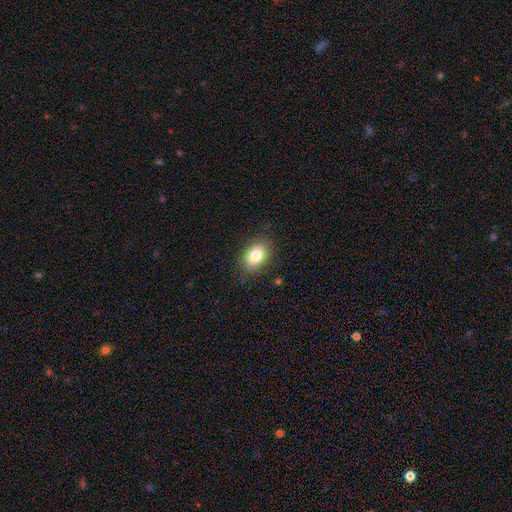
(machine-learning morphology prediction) Q: Smooth or featured?
A: smooth (83%); runner-up: star or artifact (9%)
Q: How rounded?
A: in between (77%); runner-up: round (22%)
Q: Merging?
A: none (84%); runner-up: minor disturbance (12%)